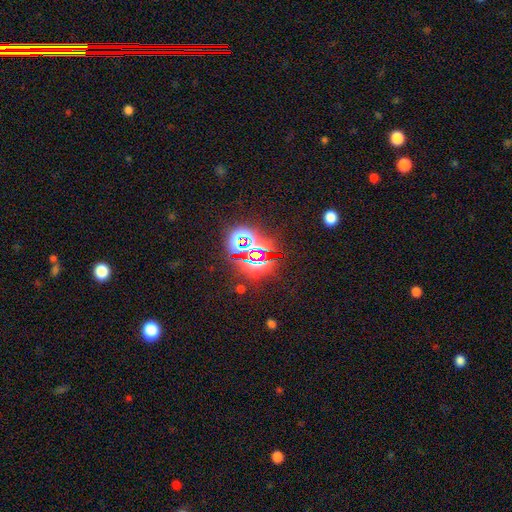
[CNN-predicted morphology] star or artifact 78%, smooth 13%, featured or disk 9%.